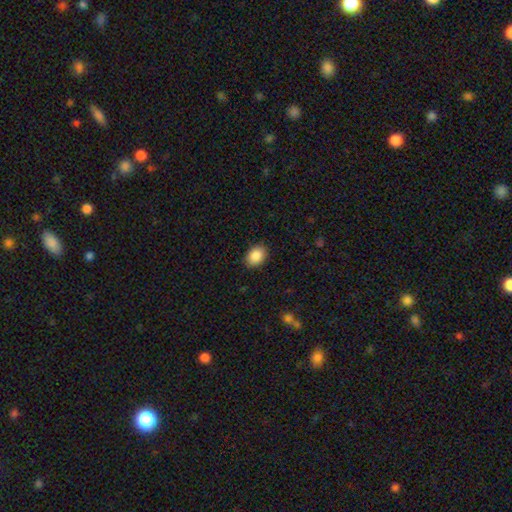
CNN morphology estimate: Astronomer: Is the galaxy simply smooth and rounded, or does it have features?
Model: smooth — 89%.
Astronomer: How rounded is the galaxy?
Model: in between — 75%.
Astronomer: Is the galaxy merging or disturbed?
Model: none — 88%.